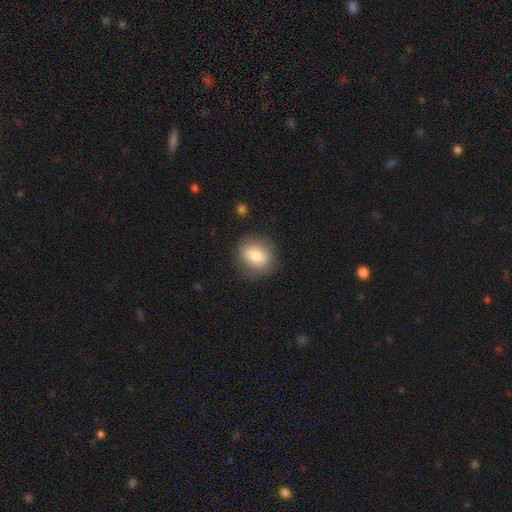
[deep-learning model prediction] This is clearly a smooth galaxy (81%). How rounded: possibly round (56%). Merging: likely none (79%).